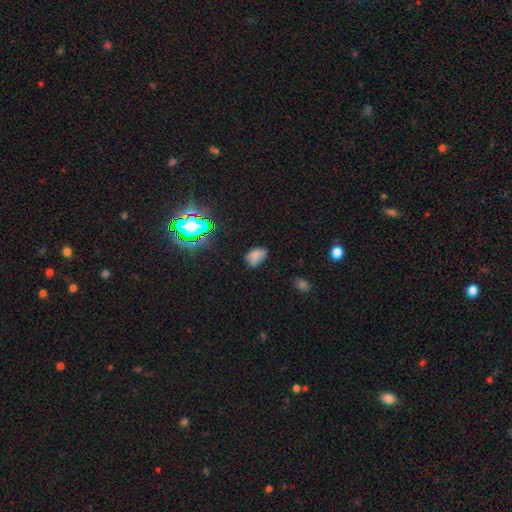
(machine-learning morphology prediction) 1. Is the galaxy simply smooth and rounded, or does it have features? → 71% smooth, 17% star or artifact, 12% featured or disk.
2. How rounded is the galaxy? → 83% in between, 16% round, 1% cigar-shaped.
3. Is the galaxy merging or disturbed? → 63% none, 27% minor disturbance, 7% major disturbance, 3% merger.